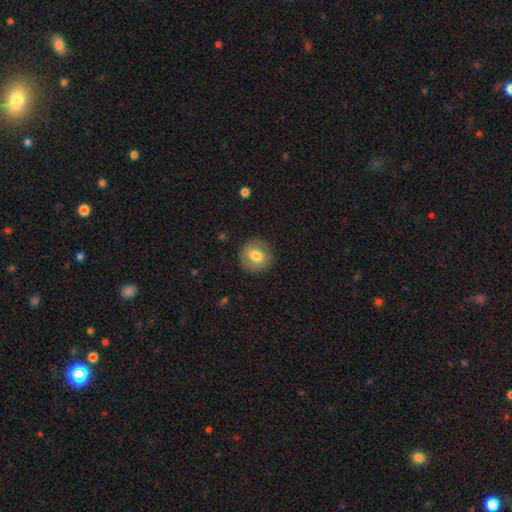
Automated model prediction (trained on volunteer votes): smooth-or-featured: smooth: 71% | featured or disk: 21% | star or artifact: 8%
  how-rounded: round: 86% | in between: 13% | cigar-shaped: 1%
  merging: none: 88% | minor disturbance: 8% | major disturbance: 3% | merger: 1%